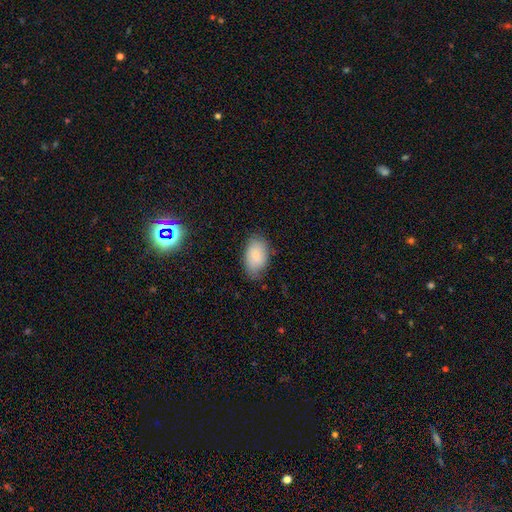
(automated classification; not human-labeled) Morphology: type=smooth (83%); roundness=in between (92%); merging=none (76%).